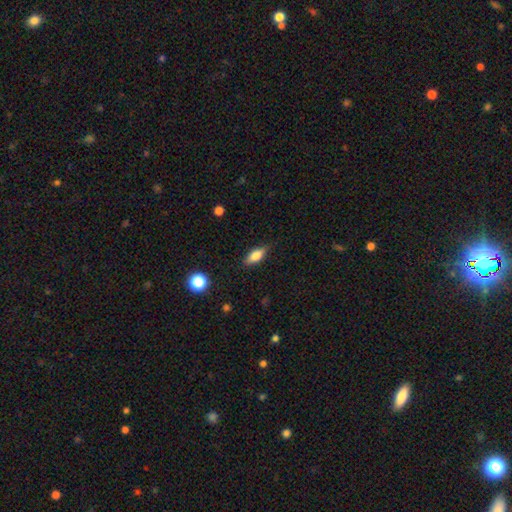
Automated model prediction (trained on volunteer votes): A smooth galaxy with no disk features (71%) that is in between round and cigar-shaped (75%).

Vote fractions:
- Smooth or featured? smooth: 71% / featured or disk: 21% / star or artifact: 8%
- How rounded? in between: 75% / cigar-shaped: 21% / round: 4%
- Merging? none: 82% / minor disturbance: 14% / major disturbance: 3% / merger: 1%